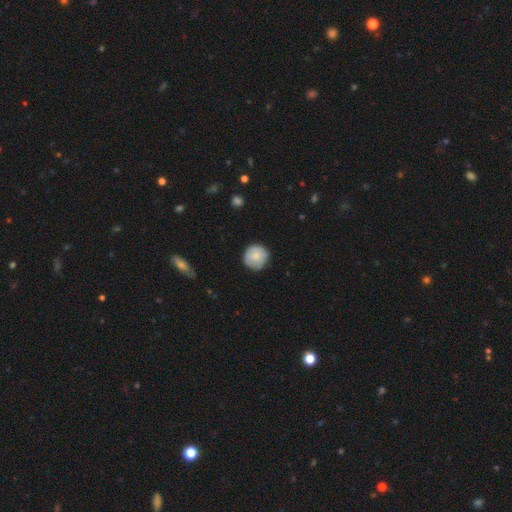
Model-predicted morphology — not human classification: smooth_or_featured: smooth (p=0.80) [alt: featured or disk p=0.13]
how_rounded: round (p=0.94) [alt: in between p=0.05]
merging: none (p=0.80) [alt: minor disturbance p=0.16]